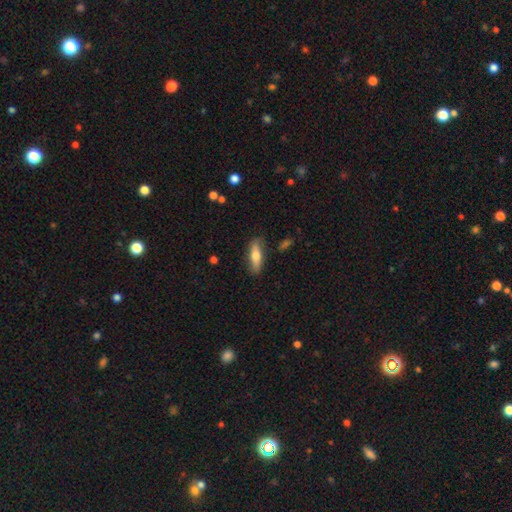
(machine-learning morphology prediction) type=smooth (61%); roundness=cigar-shaped (52%); merging=none (81%).